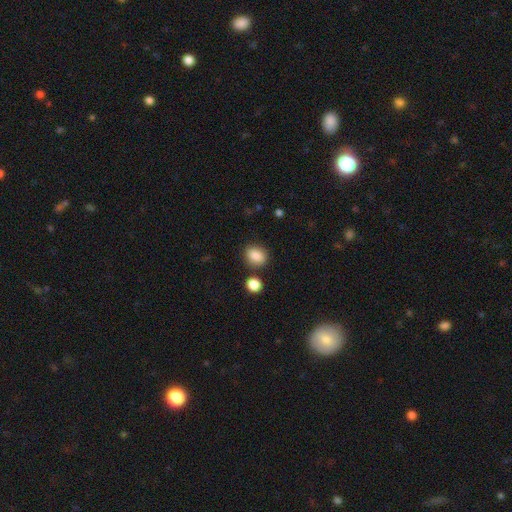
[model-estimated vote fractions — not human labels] This appears to be a smooth galaxy with no disk features (87%) that is in between round and cigar-shaped (52%). Merging: none (81%).